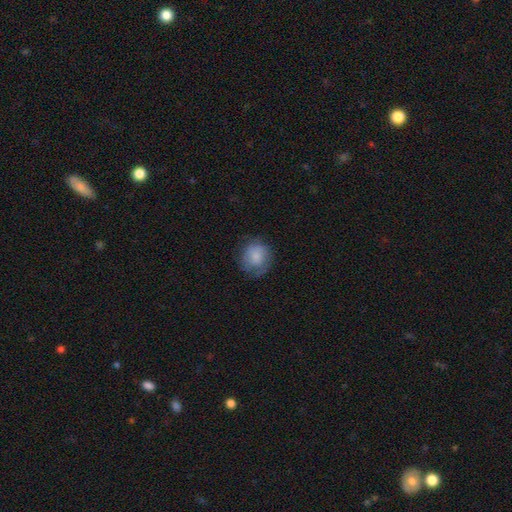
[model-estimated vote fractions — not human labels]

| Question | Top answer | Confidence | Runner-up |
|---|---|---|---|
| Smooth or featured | smooth | 76% | featured or disk (16%) |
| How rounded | round | 78% | in between (21%) |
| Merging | none | 65% | minor disturbance (24%) |